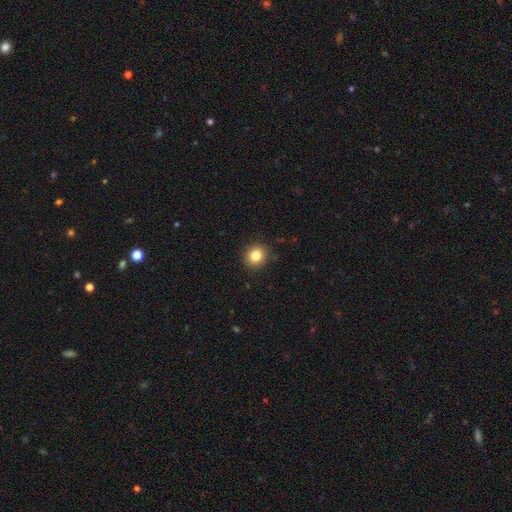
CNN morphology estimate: smooth_or_featured: smooth (p=0.83) [alt: star or artifact p=0.11]
how_rounded: round (p=0.82) [alt: in between p=0.17]
merging: none (p=0.90) [alt: minor disturbance p=0.07]